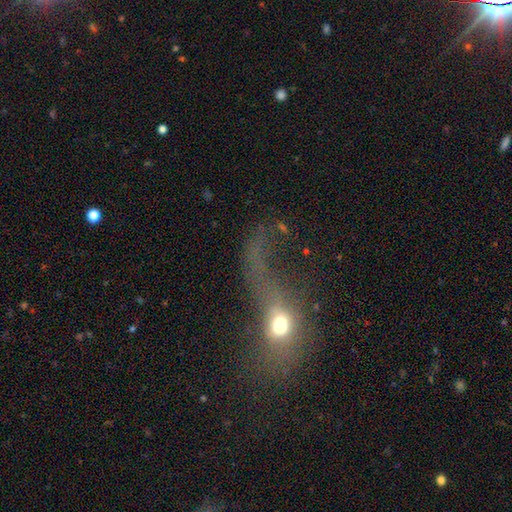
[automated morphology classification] The model was most divided on "smooth or featured": smooth: 45%, featured or disk: 36%, star or artifact: 19%. More confident: merging — major disturbance (61%).